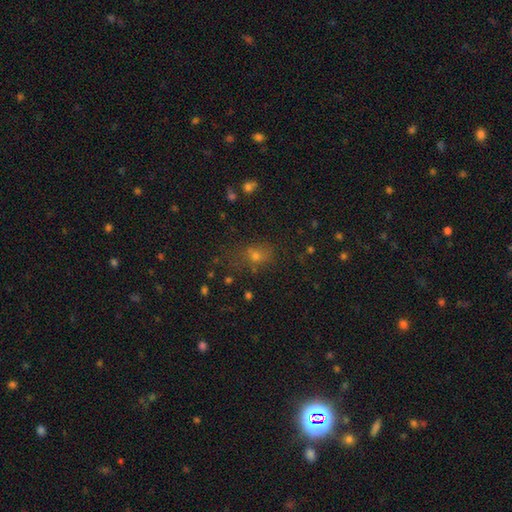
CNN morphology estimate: The model was most divided on "how rounded": in between: 53%, round: 44%, cigar-shaped: 3%. More confident: merging — none (63%); smooth or featured — smooth (57%).